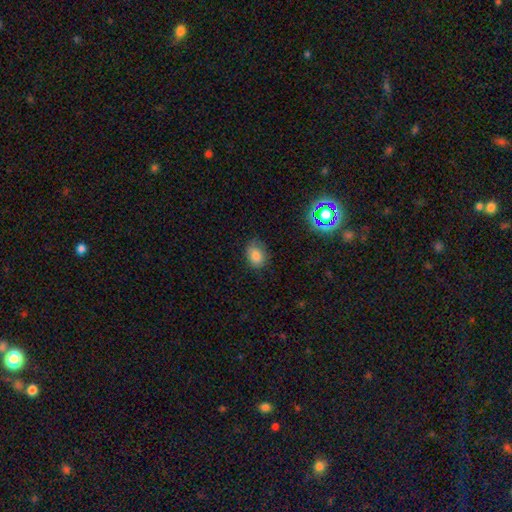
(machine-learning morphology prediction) smooth-or-featured: smooth: 81% | star or artifact: 12% | featured or disk: 7%
  how-rounded: in between: 68% | round: 31% | cigar-shaped: 1%
  merging: none: 72% | minor disturbance: 22% | major disturbance: 5% | merger: 1%